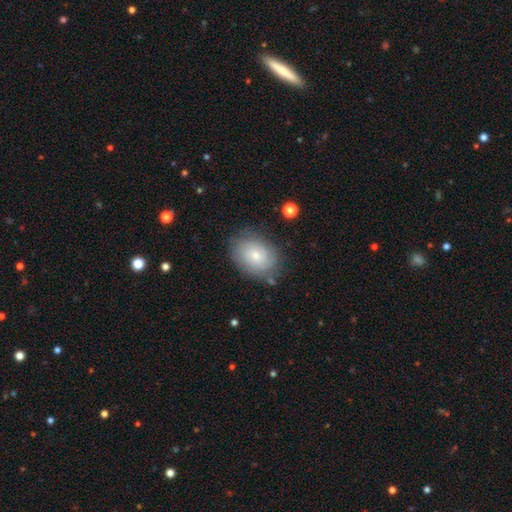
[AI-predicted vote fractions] Smooth or featured: smooth — 57% (featured or disk — 35%)
How rounded: in between — 70% (round — 29%)
Merging: none — 74% (minor disturbance — 19%)